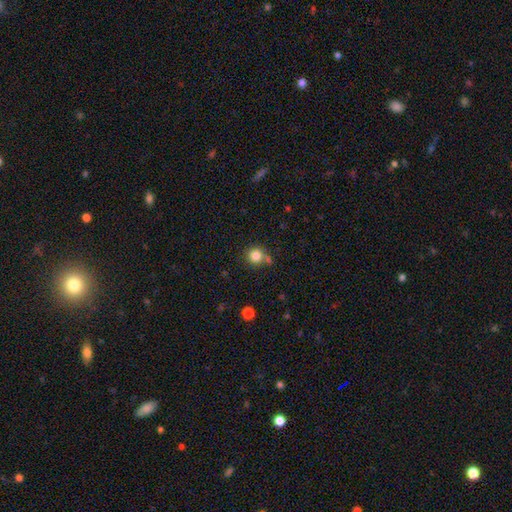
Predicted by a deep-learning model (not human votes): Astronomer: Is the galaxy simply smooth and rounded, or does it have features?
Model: smooth — 83%.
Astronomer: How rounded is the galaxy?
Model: round — 91%.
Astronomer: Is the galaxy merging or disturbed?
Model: none — 68%.